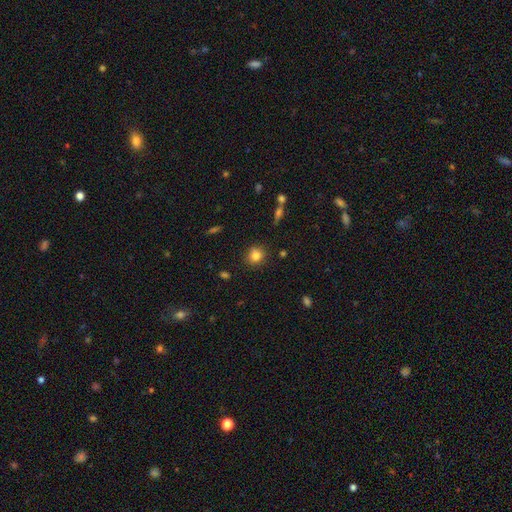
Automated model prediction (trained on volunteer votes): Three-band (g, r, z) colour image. It shows a smooth galaxy with no disk features (82%) that is round (83%). Merging: none (85%).